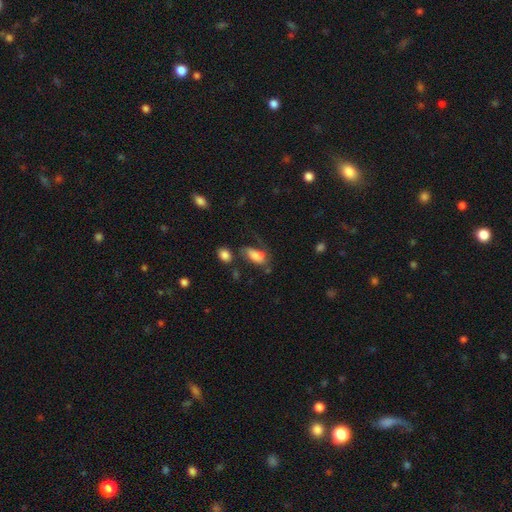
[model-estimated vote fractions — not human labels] smooth_or_featured: smooth (p=0.74) [alt: featured or disk p=0.17]
how_rounded: in between (p=0.89) [alt: cigar-shaped p=0.07]
merging: none (p=0.41) [alt: minor disturbance p=0.27]